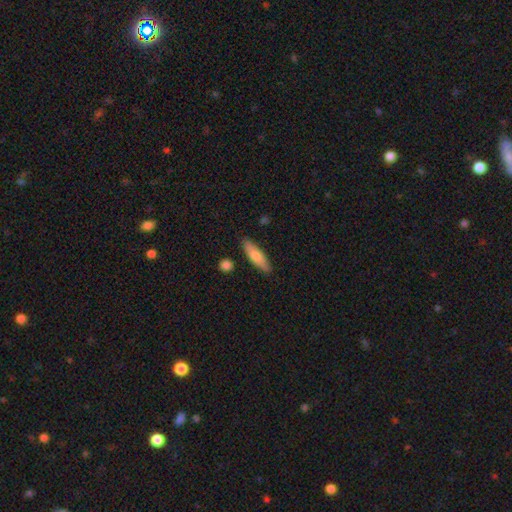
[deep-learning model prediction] Smooth or featured? Predicted: smooth (p=0.71). How rounded? Predicted: cigar-shaped (p=0.57). Merging? Predicted: none (p=0.85).